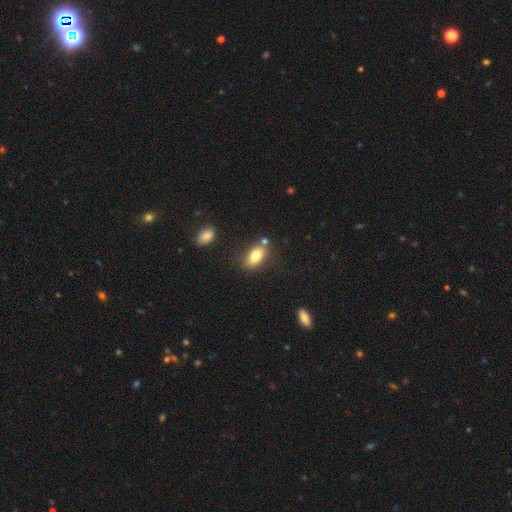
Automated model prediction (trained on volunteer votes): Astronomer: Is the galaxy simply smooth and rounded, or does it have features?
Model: smooth — 81%.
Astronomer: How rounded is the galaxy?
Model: in between — 88%.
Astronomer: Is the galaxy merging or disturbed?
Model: none — 71%.